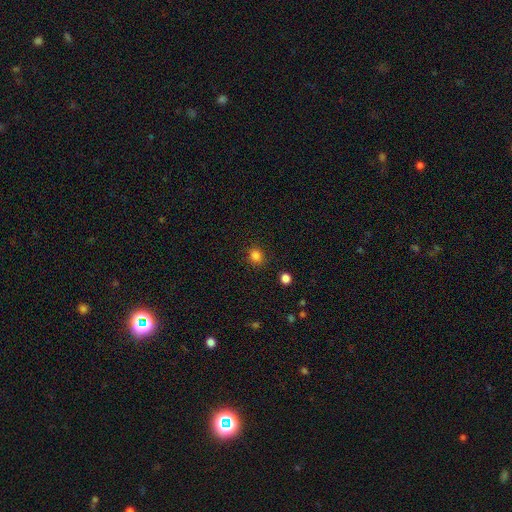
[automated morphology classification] This appears to be a smooth galaxy with no disk features (84%) that is round (83%). Merging: none (88%).